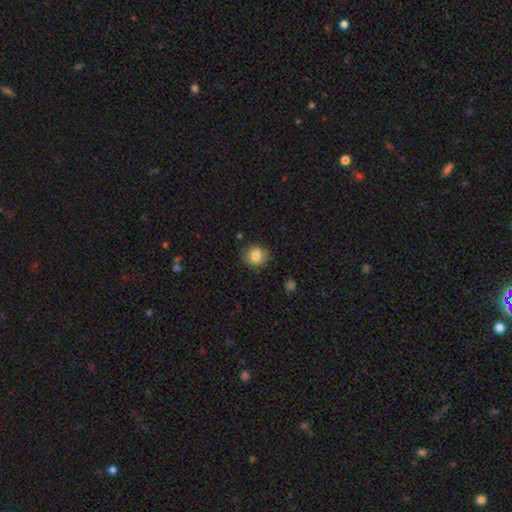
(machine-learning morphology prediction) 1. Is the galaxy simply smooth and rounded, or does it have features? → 83% smooth, 10% star or artifact, 7% featured or disk.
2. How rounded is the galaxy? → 88% round, 12% in between, 1% cigar-shaped.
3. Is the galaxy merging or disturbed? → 85% none, 11% minor disturbance, 2% major disturbance, 2% merger.